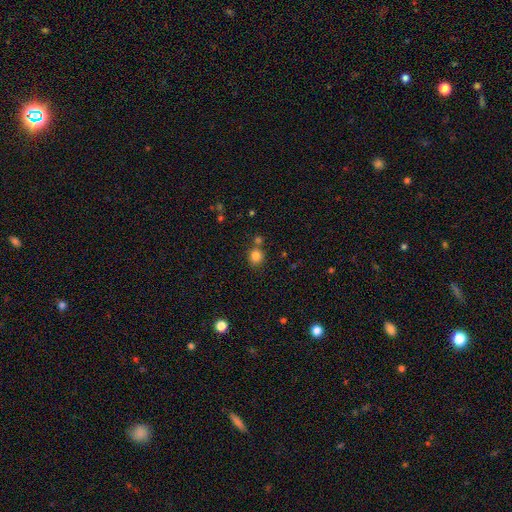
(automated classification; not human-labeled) Smooth or featured?
  - smooth: 83% *
  - star or artifact: 12%
  - featured or disk: 5%
How rounded?
  - round: 86% *
  - in between: 13%
  - cigar-shaped: 1%
Merging?
  - none: 71% *
  - merger: 16%
  - minor disturbance: 10%
  - major disturbance: 3%